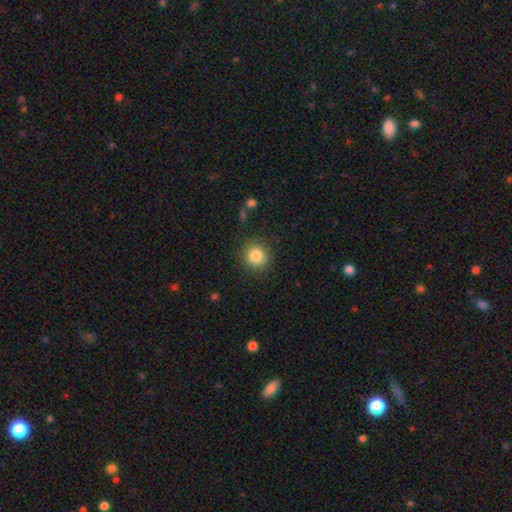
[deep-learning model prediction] Smooth or featured: smooth — 84% (star or artifact — 10%)
How rounded: round — 92% (in between — 8%)
Merging: none — 87% (minor disturbance — 8%)